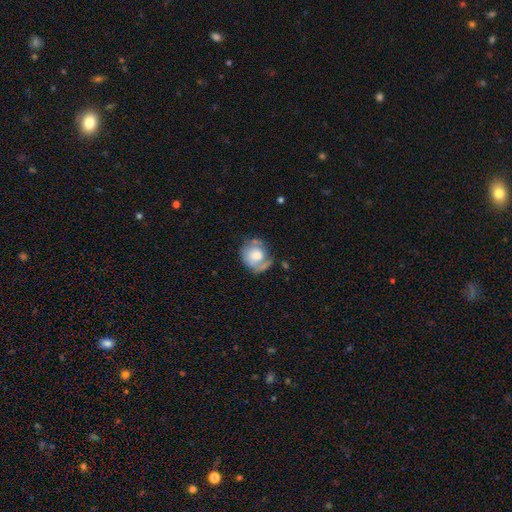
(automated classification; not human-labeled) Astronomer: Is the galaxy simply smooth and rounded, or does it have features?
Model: featured or disk — 52% (runner-up: smooth, 41%).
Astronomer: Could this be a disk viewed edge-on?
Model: no — 97%.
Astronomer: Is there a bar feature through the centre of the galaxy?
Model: no — 75%.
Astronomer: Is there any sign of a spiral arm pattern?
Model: yes — 70%.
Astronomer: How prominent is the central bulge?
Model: moderate — 44% (runner-up: large, 27%).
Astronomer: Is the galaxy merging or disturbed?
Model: none — 48% (runner-up: minor disturbance, 27%).